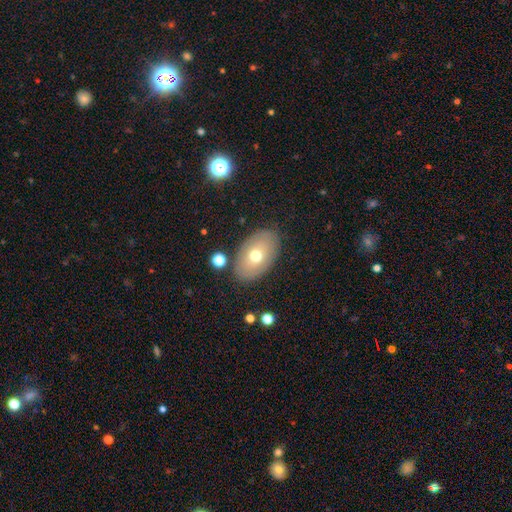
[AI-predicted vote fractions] smooth 63%, featured or disk 29%, star or artifact 8%. Down the decision tree: how rounded — in between (90%); merging — none (83%).